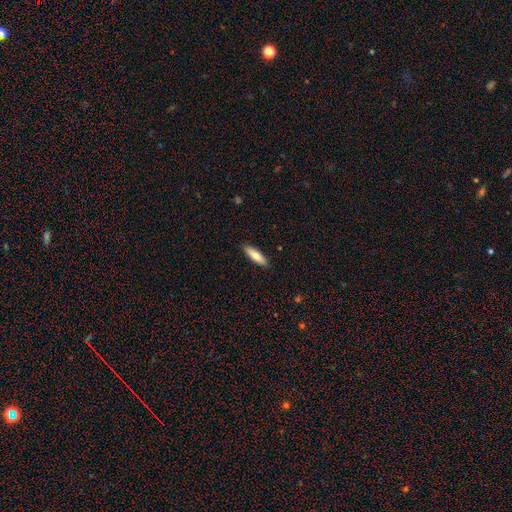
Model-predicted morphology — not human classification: smooth_or_featured: smooth (p=0.73) [alt: featured or disk p=0.21]
how_rounded: cigar-shaped (p=0.63) [alt: in between p=0.35]
merging: none (p=0.90) [alt: minor disturbance p=0.08]